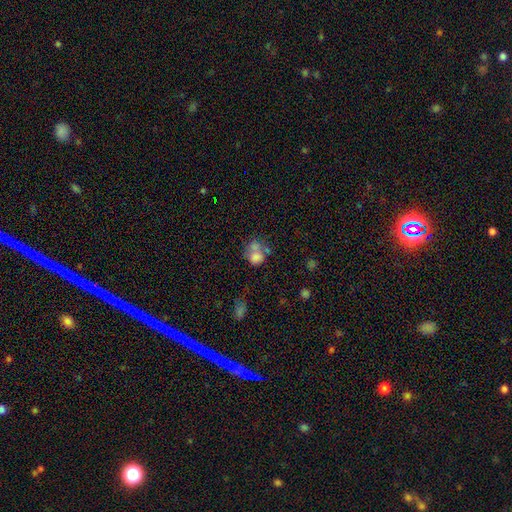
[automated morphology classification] A smooth galaxy with no disk features (67%) that is round (55%). Merging: merger (45%).